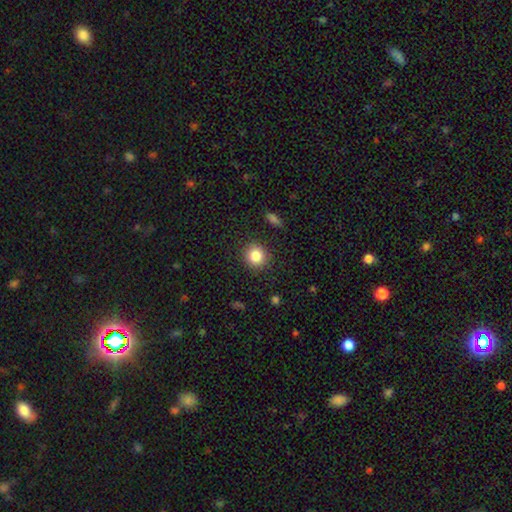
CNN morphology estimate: A smooth galaxy with no disk features (84%) that is round (87%). Merging: none (87%).